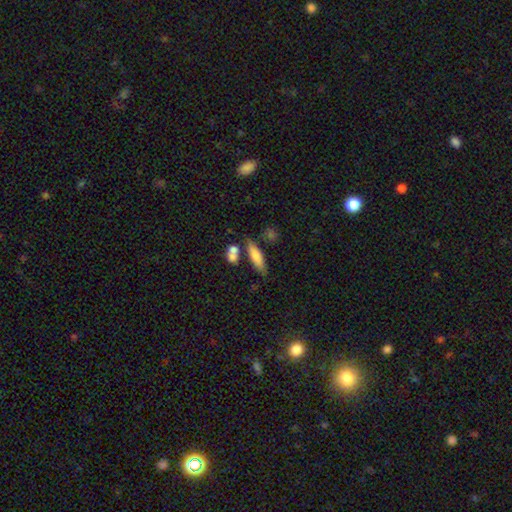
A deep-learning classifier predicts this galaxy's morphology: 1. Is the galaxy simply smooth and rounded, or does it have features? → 75% smooth, 18% featured or disk, 7% star or artifact.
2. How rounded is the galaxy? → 58% cigar-shaped, 39% in between, 3% round.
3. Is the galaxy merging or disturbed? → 64% none, 16% merger, 15% minor disturbance, 5% major disturbance.